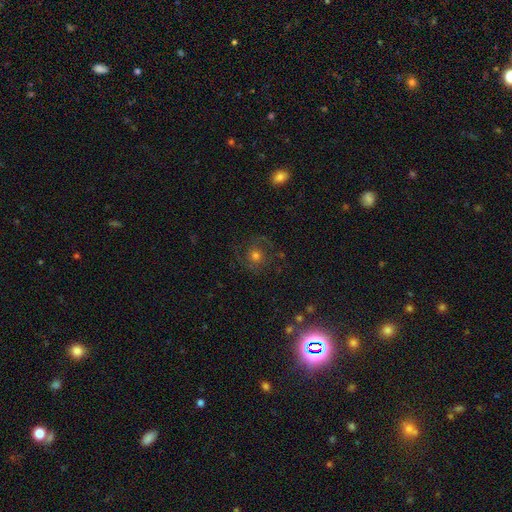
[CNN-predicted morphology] This is possibly a featured or disk galaxy (51%). It is clearly not viewed edge-on (97%). Merging: likely none (69%).